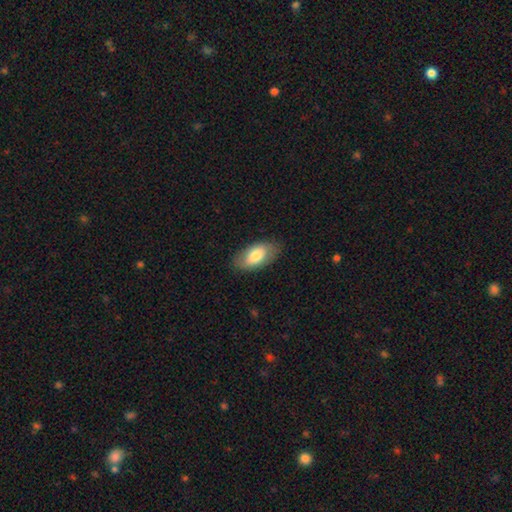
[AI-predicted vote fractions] smooth 77%, featured or disk 17%, star or artifact 6%. Down the decision tree: how rounded — in between (93%); merging — none (82%).